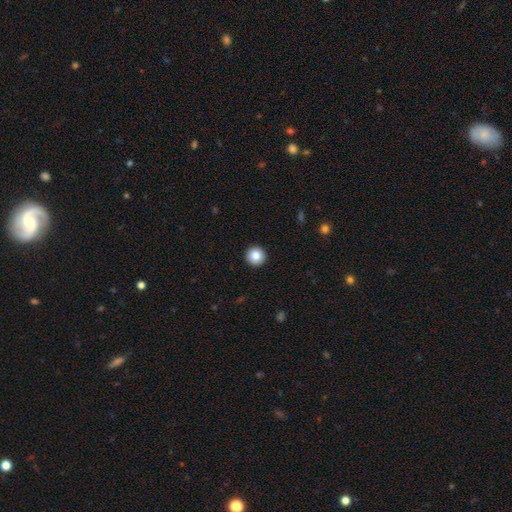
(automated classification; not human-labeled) Smooth or featured: smooth — 83% (star or artifact — 10%)
How rounded: round — 96% (in between — 3%)
Merging: none — 94% (minor disturbance — 4%)